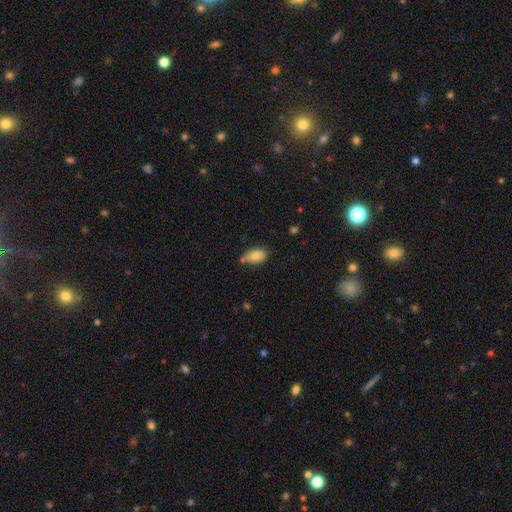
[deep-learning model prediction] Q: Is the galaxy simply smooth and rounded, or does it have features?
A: smooth — 79%.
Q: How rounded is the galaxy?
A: in between — 91%.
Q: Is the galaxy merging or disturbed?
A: none — 55%.